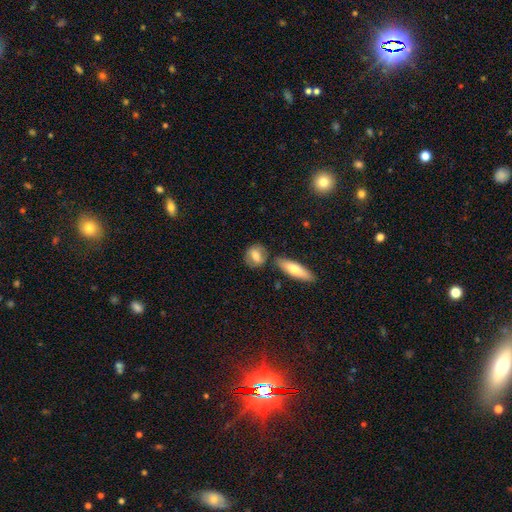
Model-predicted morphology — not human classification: smooth-or-featured: smooth: 65% | featured or disk: 28% | star or artifact: 7%
  how-rounded: in between: 51% | round: 41% | cigar-shaped: 8%
  merging: none: 73% | minor disturbance: 13% | merger: 10% | major disturbance: 3%